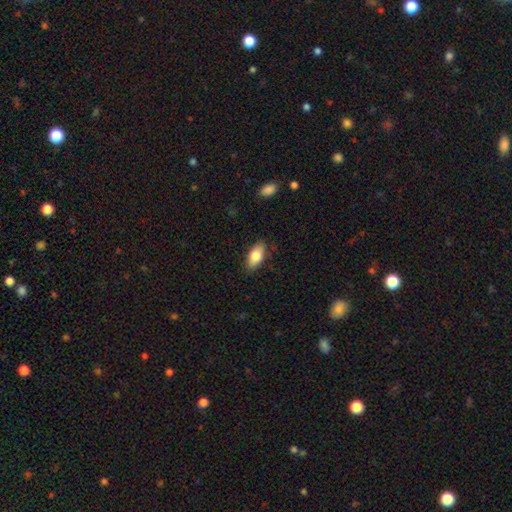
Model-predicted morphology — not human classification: smooth 81%, featured or disk 12%, star or artifact 7%. Down the decision tree: how rounded — in between (89%); merging — none (86%).